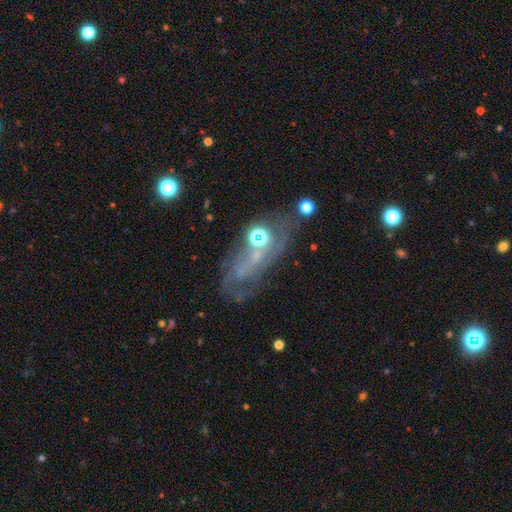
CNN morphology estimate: Smooth or featured? featured or disk (57%)
Edge-on disk? no (83%)
Merging? none (44%)